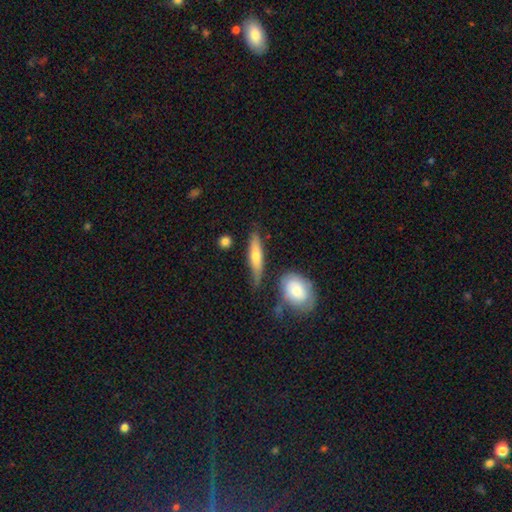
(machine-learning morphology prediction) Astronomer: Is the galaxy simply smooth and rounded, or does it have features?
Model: smooth — 59%.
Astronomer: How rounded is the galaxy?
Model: cigar-shaped — 71%.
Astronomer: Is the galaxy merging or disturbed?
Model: none — 66%.